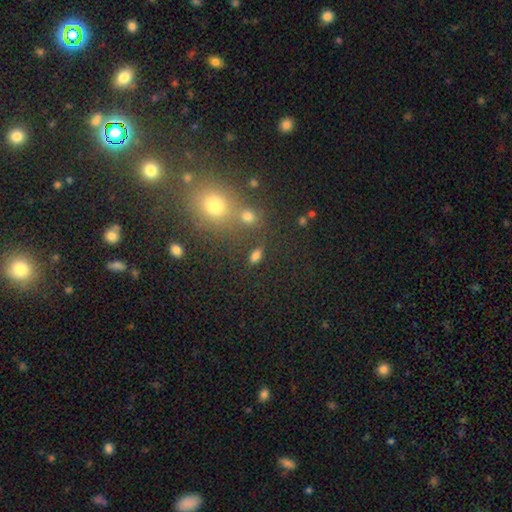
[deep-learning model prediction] This is likely a smooth galaxy (77%). How rounded: clearly in between (80%). Merging: likely none (74%).